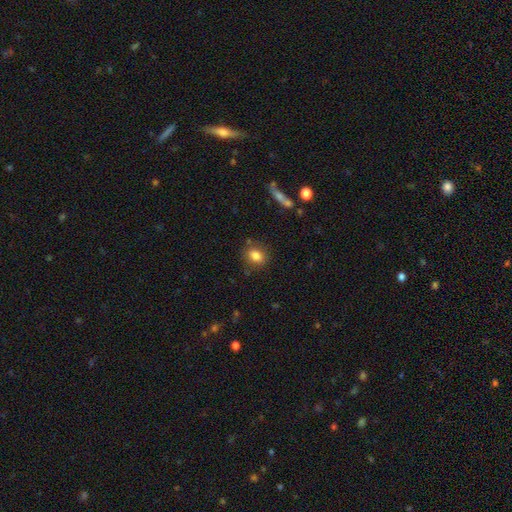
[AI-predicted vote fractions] A smooth galaxy with no disk features (83%) that is round (51%).

Vote fractions:
- Smooth or featured? smooth: 83% / star or artifact: 9% / featured or disk: 8%
- How rounded? round: 51% / in between: 47% / cigar-shaped: 2%
- Merging? none: 81% / minor disturbance: 12% / major disturbance: 4% / merger: 3%